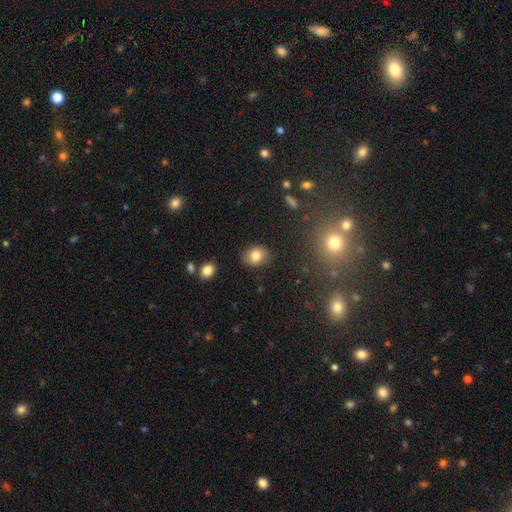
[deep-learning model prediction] smooth-or-featured: smooth: 82% | star or artifact: 10% | featured or disk: 7%
  how-rounded: round: 59% | in between: 40% | cigar-shaped: 1%
  merging: none: 87% | minor disturbance: 9% | major disturbance: 2% | merger: 2%